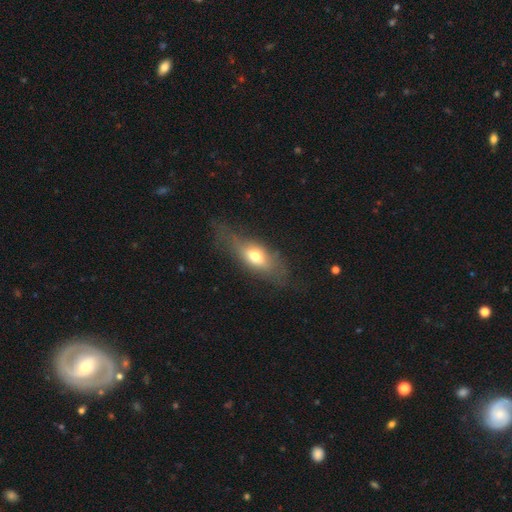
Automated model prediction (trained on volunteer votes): A smooth galaxy with no disk features (63%) that is in between round and cigar-shaped (73%).

Vote fractions:
- Smooth or featured? smooth: 63% / featured or disk: 27% / star or artifact: 9%
- How rounded? in between: 73% / cigar-shaped: 17% / round: 10%
- Merging? none: 54% / minor disturbance: 25% / major disturbance: 19% / merger: 2%